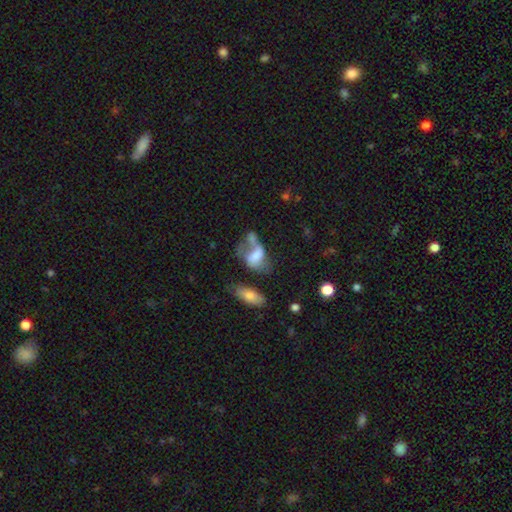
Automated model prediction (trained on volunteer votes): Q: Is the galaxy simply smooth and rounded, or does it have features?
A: smooth — 49%.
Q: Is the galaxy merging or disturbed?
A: merger — 35%.